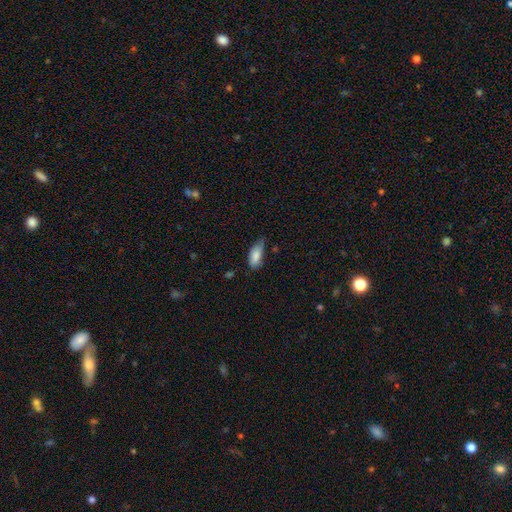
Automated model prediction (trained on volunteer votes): Morphology: type=smooth (84%); roundness=in between (87%); merging=none (48%).